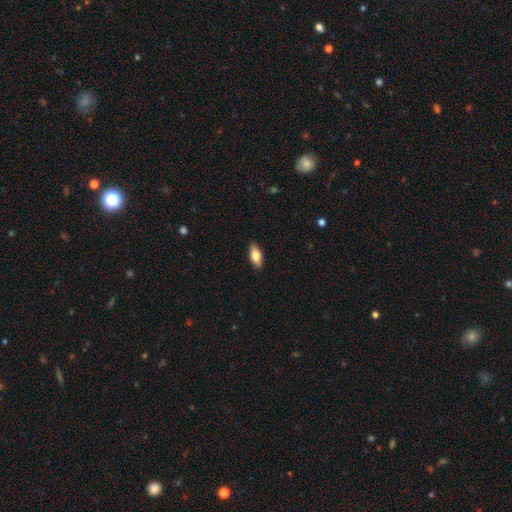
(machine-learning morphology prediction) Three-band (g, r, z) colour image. It shows a smooth galaxy with no disk features (80%) that is in between round and cigar-shaped (84%). Merging: none (89%).